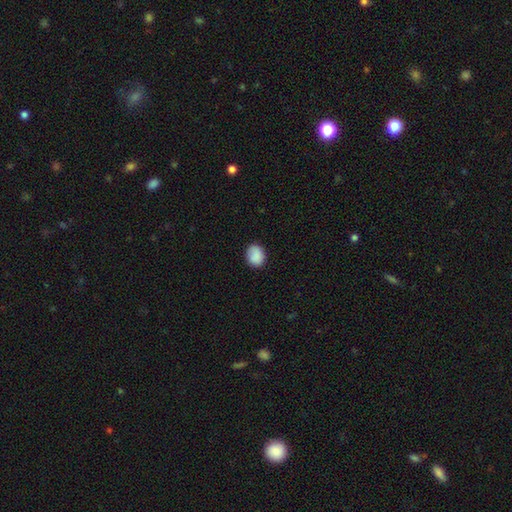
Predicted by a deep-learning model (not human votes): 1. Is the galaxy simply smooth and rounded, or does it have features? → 88% smooth, 8% star or artifact, 4% featured or disk.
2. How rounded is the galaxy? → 56% round, 43% in between, 1% cigar-shaped.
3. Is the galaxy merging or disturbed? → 83% none, 13% minor disturbance, 3% major disturbance, 1% merger.